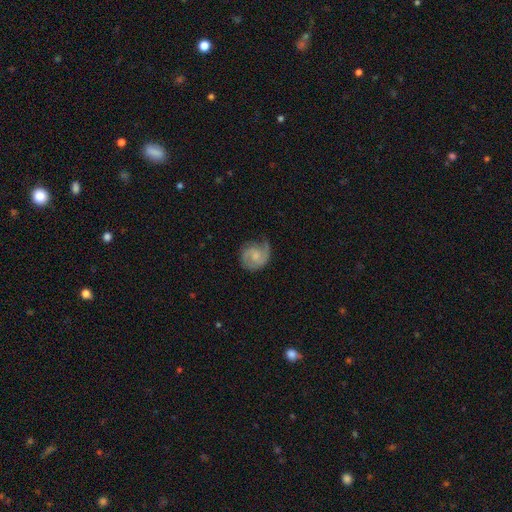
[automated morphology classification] A featured or disk galaxy (78%) with no bar (58%), 2 (78%) medium (47%) spiral arms (96%) and a small central bulge (43%).

Vote fractions:
- Smooth or featured? featured or disk: 78% / smooth: 17% / star or artifact: 6%
- Edge-on disk? no: 98% / yes: 2%
- Bar? no: 58% / weak: 38% / strong: 5%
- Spiral arms? yes: 96% / no: 4%
- Spiral winding? medium: 47% / tight: 37% / loose: 16%
- Spiral arm count? 2: 78% / 1: 9% / can't tell: 6% / 3: 4% / 4: 1% / more than 4: 1%
- Bulge size? small: 43% / moderate: 33% / none: 20% / large: 3% / dominant: 1%
- Merging? none: 69% / minor disturbance: 21% / major disturbance: 8% / merger: 1%